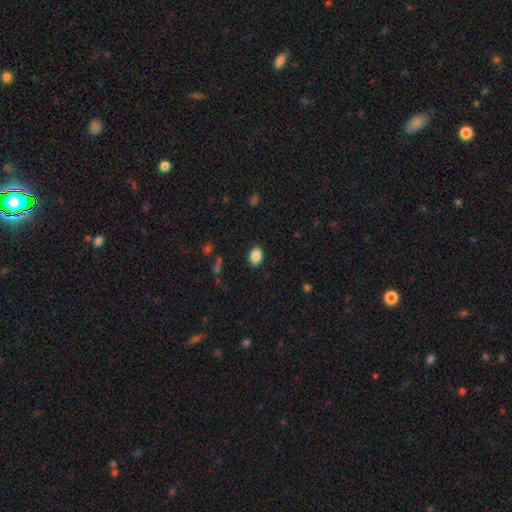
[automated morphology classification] smooth_or_featured: smooth (p=0.88) [alt: star or artifact p=0.08]
how_rounded: in between (p=0.77) [alt: round p=0.22]
merging: none (p=0.88) [alt: minor disturbance p=0.08]